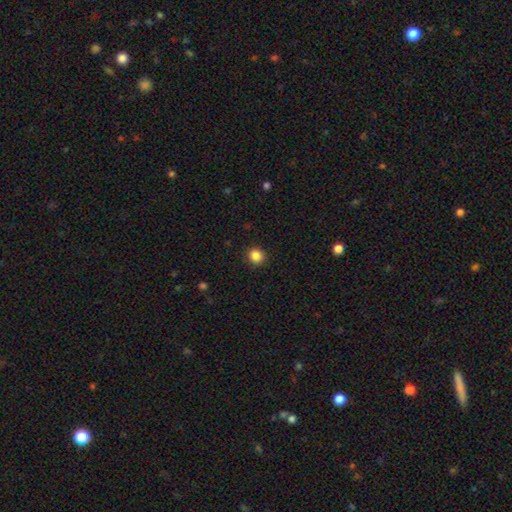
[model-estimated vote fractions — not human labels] Smooth or featured: smooth — 85% (star or artifact — 11%)
How rounded: round — 89% (in between — 10%)
Merging: none — 91% (minor disturbance — 6%)